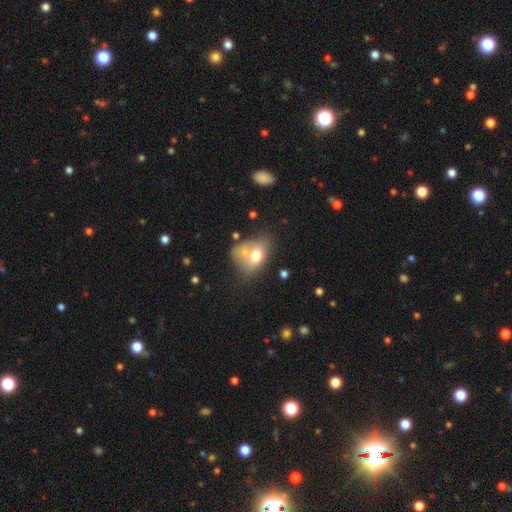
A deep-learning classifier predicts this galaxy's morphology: Smooth or featured? smooth (66%)
How rounded? in between (76%)
Merging? merger (44%)